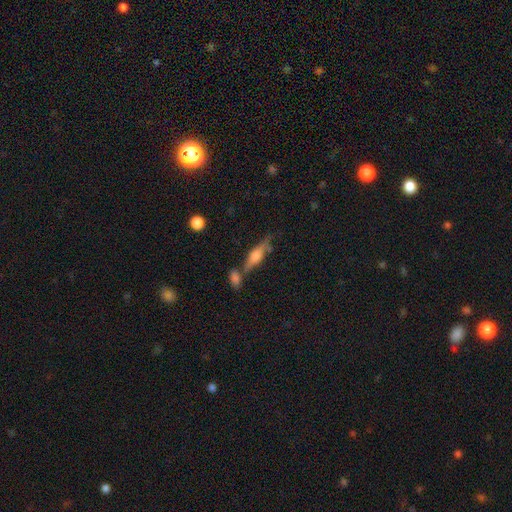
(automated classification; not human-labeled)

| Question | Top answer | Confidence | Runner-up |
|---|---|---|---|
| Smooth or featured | featured or disk | 54% | smooth (37%) |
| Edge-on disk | yes | 90% | no (10%) |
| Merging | none | 59% | merger (20%) |